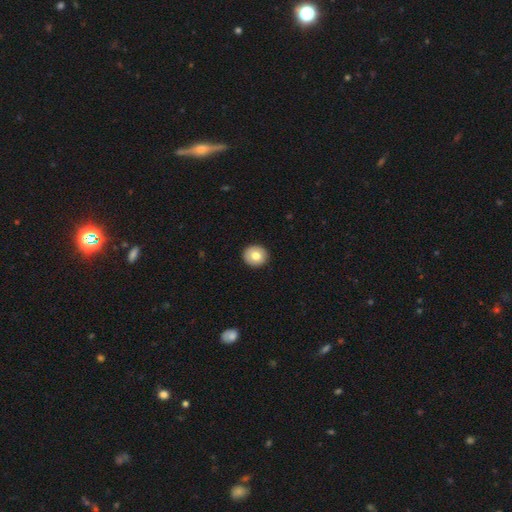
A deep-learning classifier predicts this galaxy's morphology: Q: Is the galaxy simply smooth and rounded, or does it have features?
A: smooth — 76%.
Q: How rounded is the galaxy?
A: round — 87%.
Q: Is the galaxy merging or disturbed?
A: none — 92%.